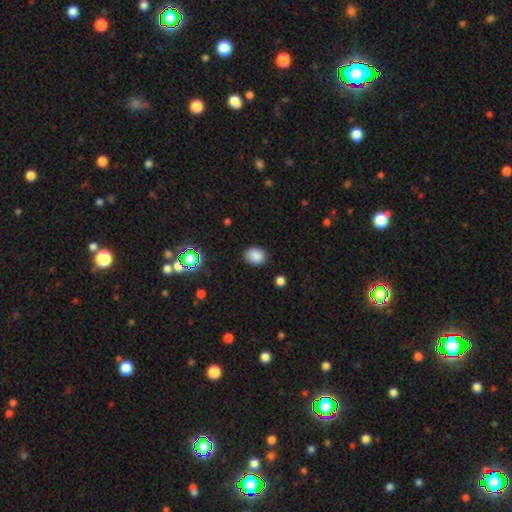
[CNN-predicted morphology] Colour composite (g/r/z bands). It shows a smooth galaxy with no disk features (85%) that is round (50%, tied with in between). Merging: none (85%).